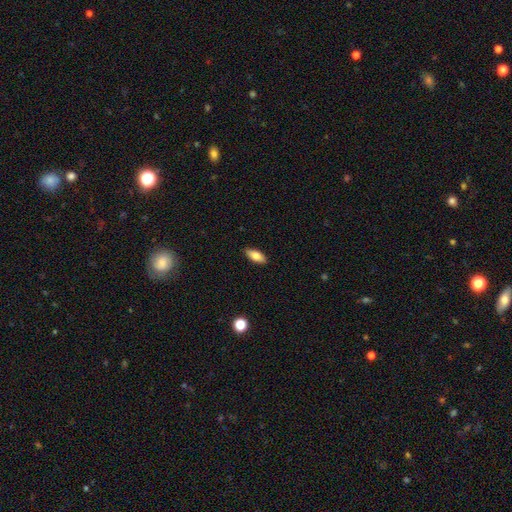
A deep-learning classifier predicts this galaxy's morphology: Overall: smooth (78%). How rounded: in between (83%). Merging: none (89%).